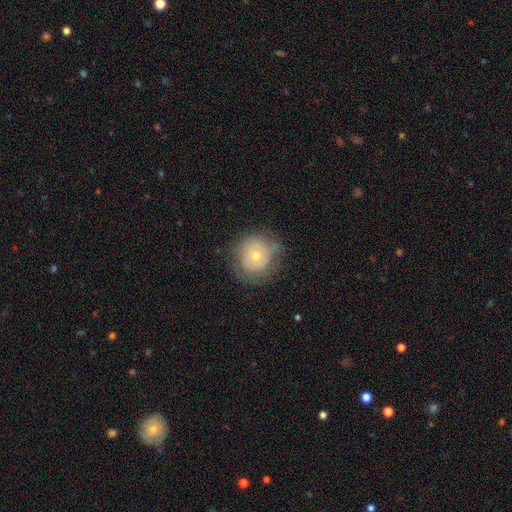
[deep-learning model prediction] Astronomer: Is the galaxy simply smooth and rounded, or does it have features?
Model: smooth — 54% (runner-up: featured or disk, 37%).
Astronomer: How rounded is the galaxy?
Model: round — 89%.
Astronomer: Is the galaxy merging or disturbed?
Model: none — 68%.